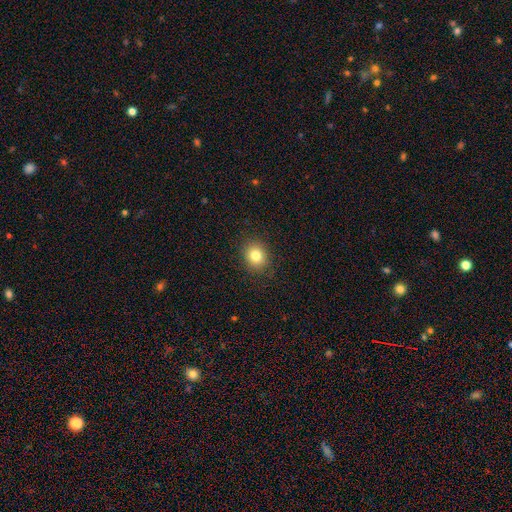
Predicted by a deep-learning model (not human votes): Smooth or featured? Predicted: smooth (p=0.80). How rounded? Predicted: round (p=0.71). Merging? Predicted: none (p=0.89).